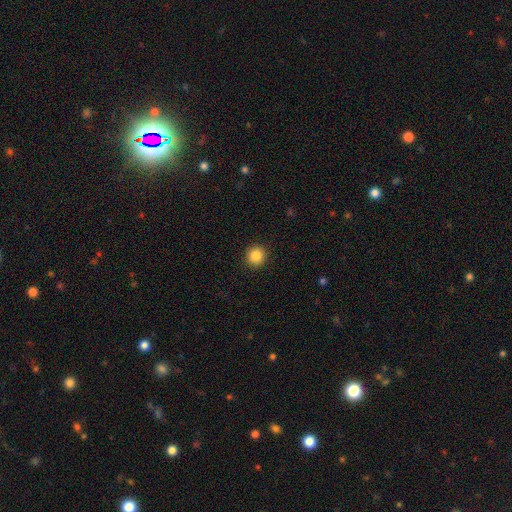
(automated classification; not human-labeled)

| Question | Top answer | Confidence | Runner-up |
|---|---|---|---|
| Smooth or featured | smooth | 86% | star or artifact (10%) |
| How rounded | round | 93% | in between (6%) |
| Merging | none | 92% | minor disturbance (5%) |